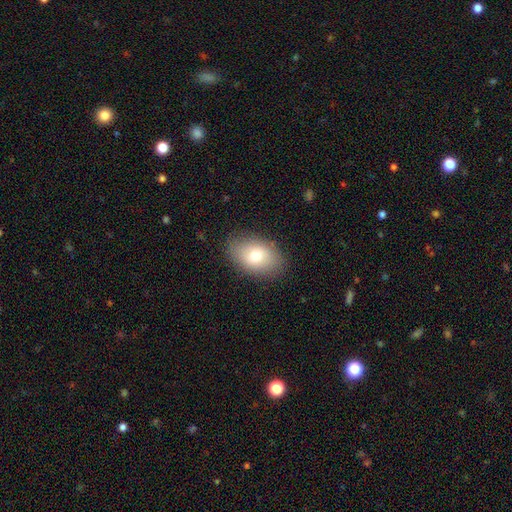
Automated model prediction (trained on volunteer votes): Smooth or featured?
  - smooth: 75% *
  - featured or disk: 17%
  - star or artifact: 8%
How rounded?
  - in between: 87% *
  - round: 12%
  - cigar-shaped: 1%
Merging?
  - none: 85% *
  - minor disturbance: 11%
  - major disturbance: 3%
  - merger: 1%